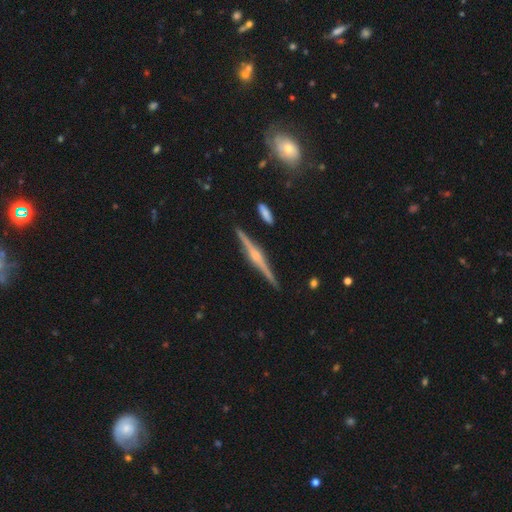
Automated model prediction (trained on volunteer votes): This appears to be a featured or disk galaxy (86%) viewed edge-on (98%) with a rounded central bulge (81%). Merging: none (90%).